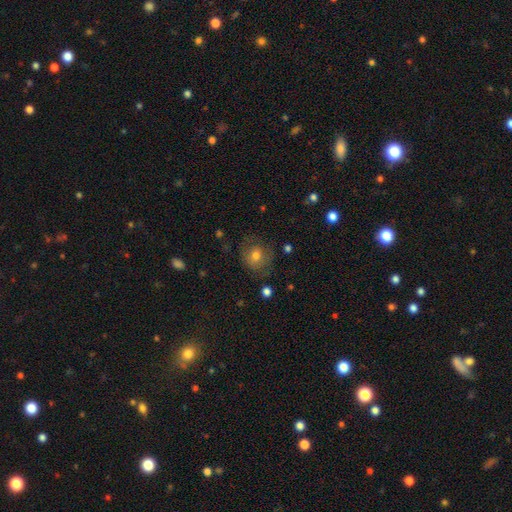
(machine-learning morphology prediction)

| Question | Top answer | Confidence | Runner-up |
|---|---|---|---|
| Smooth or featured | smooth | 68% | featured or disk (20%) |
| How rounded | round | 80% | in between (19%) |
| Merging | none | 71% | minor disturbance (18%) |